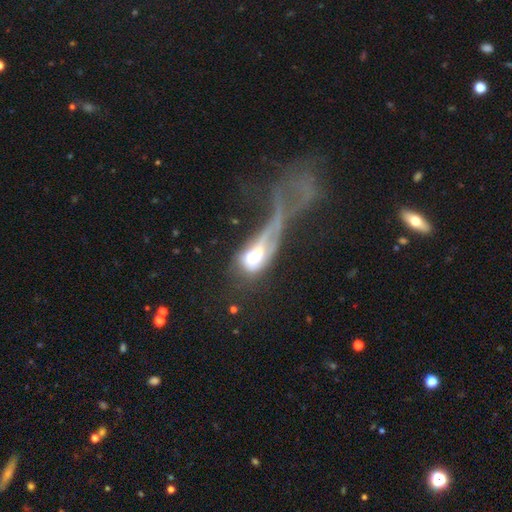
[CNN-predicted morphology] This appears to be a featured or disk galaxy (44%, tied with smooth). Merging: major disturbance (43%).